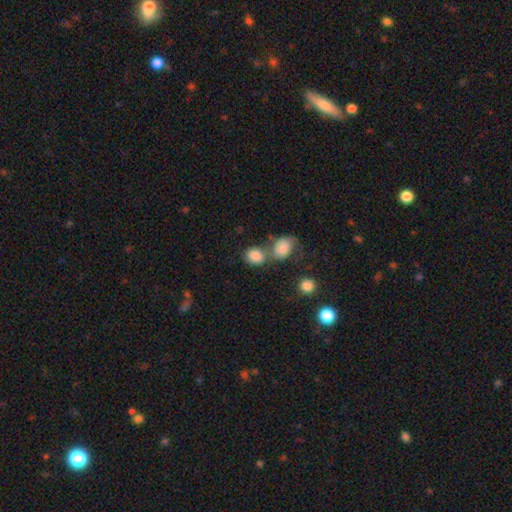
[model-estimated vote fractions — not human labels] Q: Smooth or featured?
A: smooth (84%); runner-up: star or artifact (8%)
Q: How rounded?
A: round (50%); runner-up: in between (49%)
Q: Merging?
A: merger (46%); runner-up: none (37%)